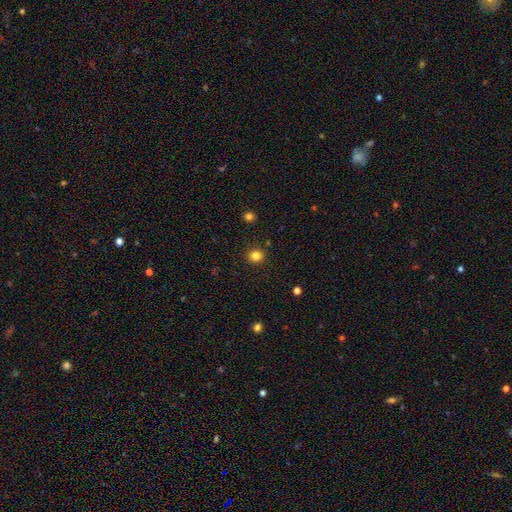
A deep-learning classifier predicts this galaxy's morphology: smooth-or-featured: smooth: 83% | star or artifact: 12% | featured or disk: 5%
  how-rounded: round: 82% | in between: 17% | cigar-shaped: 1%
  merging: none: 89% | minor disturbance: 7% | major disturbance: 2% | merger: 2%